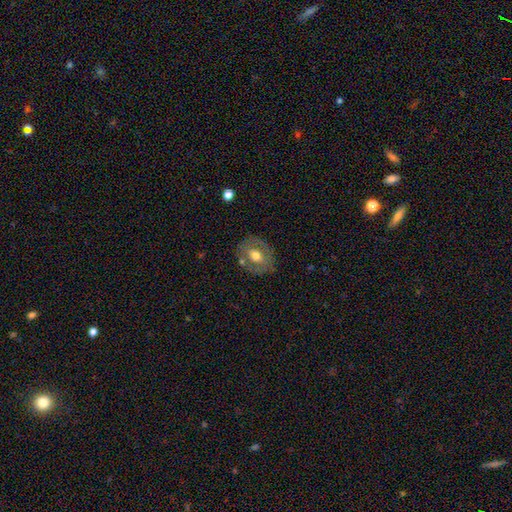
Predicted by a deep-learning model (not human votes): Overall: smooth (50%; featured or disk 43%). How rounded: round (53%; in between 46%). Merging: none (76%).